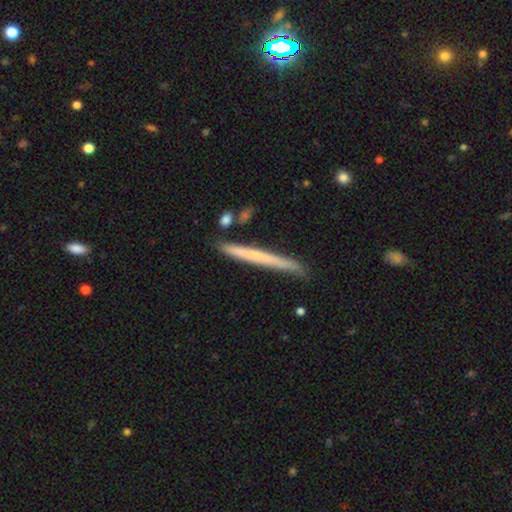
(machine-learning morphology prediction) smooth 54%, featured or disk 40%, star or artifact 5%. Down the decision tree: how rounded — cigar-shaped (97%); merging — none (83%).